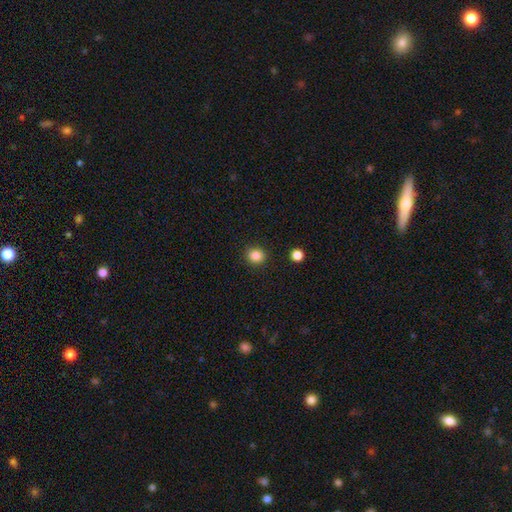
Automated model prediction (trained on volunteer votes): Smooth or featured? Predicted: smooth (p=0.85). How rounded? Predicted: round (p=0.78). Merging? Predicted: none (p=0.90).